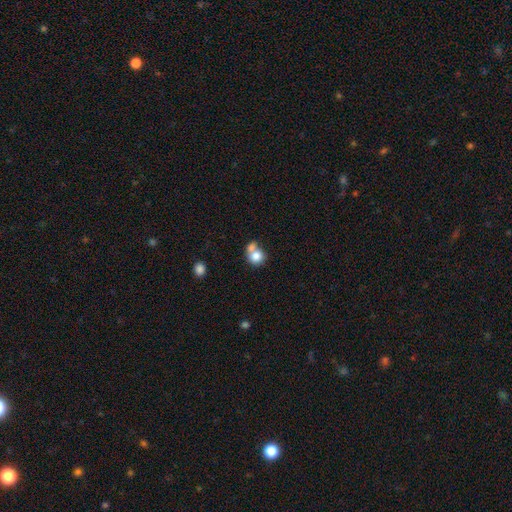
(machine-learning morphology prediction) Smooth or featured: smooth — 79% (featured or disk — 12%)
How rounded: round — 78% (in between — 21%)
Merging: merger — 53% (none — 34%)